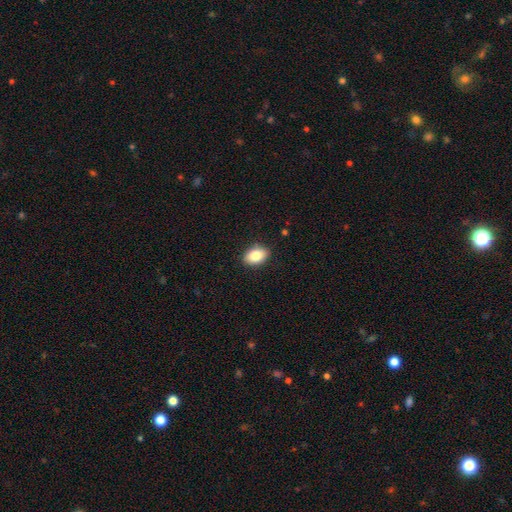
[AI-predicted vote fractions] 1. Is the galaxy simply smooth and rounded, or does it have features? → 83% smooth, 9% featured or disk, 8% star or artifact.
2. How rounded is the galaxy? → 83% in between, 16% round, 1% cigar-shaped.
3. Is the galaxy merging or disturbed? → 88% none, 9% minor disturbance, 2% major disturbance, 1% merger.